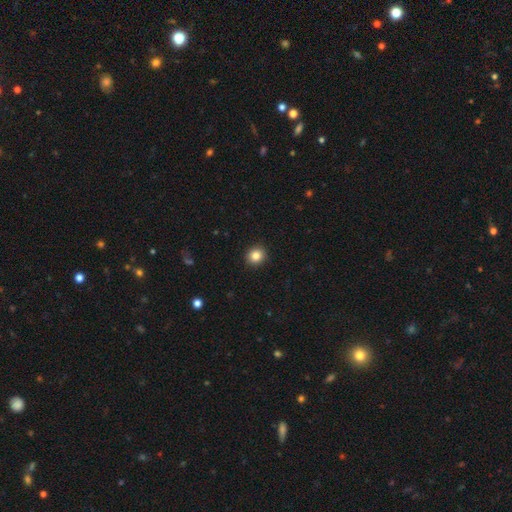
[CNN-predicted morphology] Overall: smooth (85%). How rounded: round (86%). Merging: none (92%).